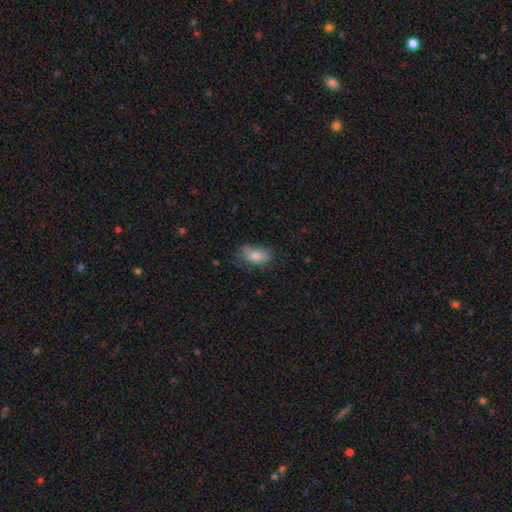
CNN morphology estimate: smooth-or-featured: smooth: 78% | featured or disk: 13% | star or artifact: 9%
  how-rounded: in between: 90% | round: 7% | cigar-shaped: 4%
  merging: none: 49% | minor disturbance: 32% | major disturbance: 16% | merger: 3%